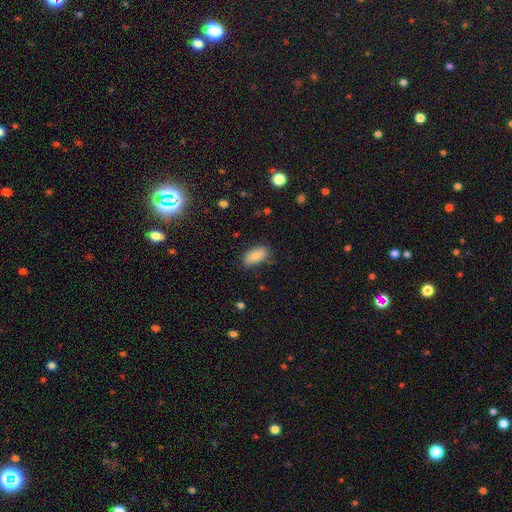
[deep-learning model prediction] The model was most divided on "merging": none: 72%, minor disturbance: 22%, major disturbance: 5%, merger: 2%. More confident: how rounded — in between (92%); smooth or featured — smooth (82%).